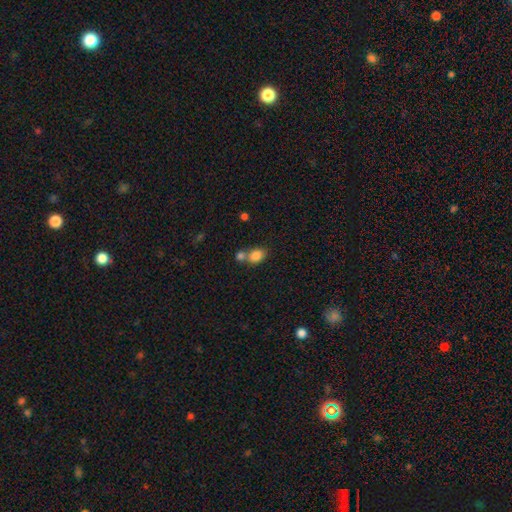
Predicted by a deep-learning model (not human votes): smooth_or_featured: smooth (p=0.83) [alt: star or artifact p=0.10]
how_rounded: in between (p=0.63) [alt: round p=0.36]
merging: merger (p=0.44) [alt: none p=0.43]